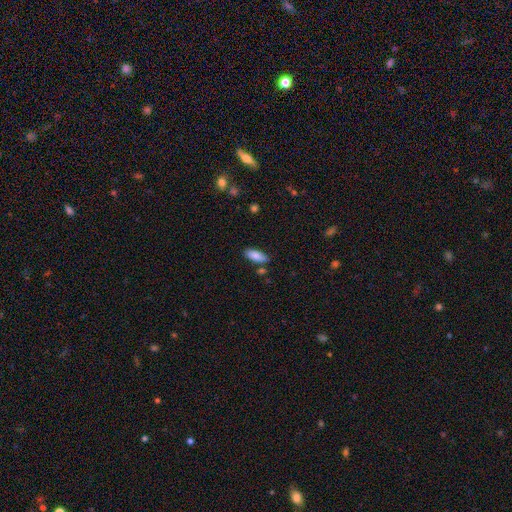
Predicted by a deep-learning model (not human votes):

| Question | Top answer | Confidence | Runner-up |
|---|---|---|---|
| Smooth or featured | smooth | 86% | featured or disk (8%) |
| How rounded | in between | 80% | cigar-shaped (19%) |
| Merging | none | 79% | minor disturbance (13%) |